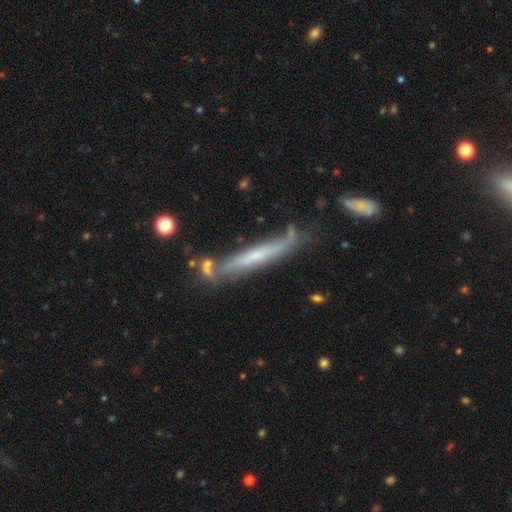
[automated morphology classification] This appears to be a featured or disk galaxy (59%) viewed edge-on (82%). Merging: none (62%).